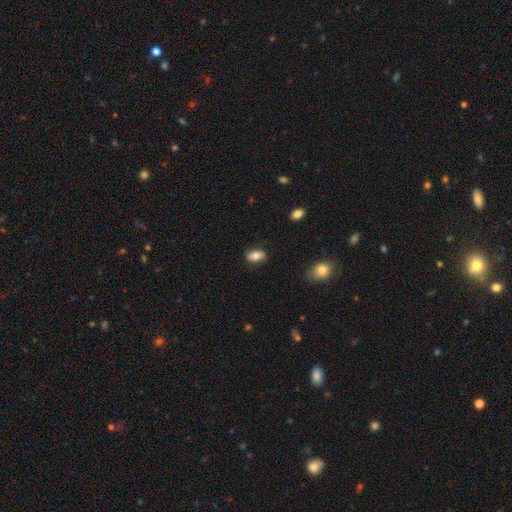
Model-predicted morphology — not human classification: Overall: smooth (79%). How rounded: in between (88%). Merging: none (84%).